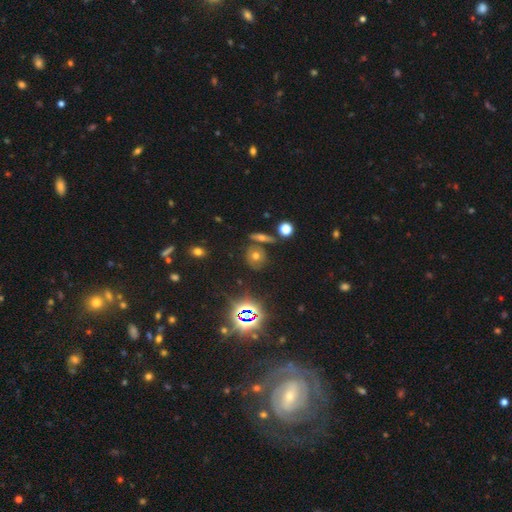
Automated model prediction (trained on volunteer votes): smooth_or_featured: smooth (p=0.50) [alt: star or artifact p=0.30]
how_rounded: round (p=0.70) [alt: in between p=0.23]
merging: none (p=0.73) [alt: merger p=0.12]